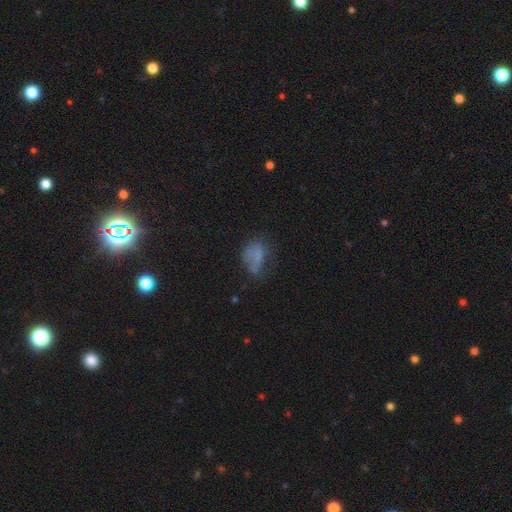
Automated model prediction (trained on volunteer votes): smooth_or_featured: smooth (p=0.60) [alt: featured or disk p=0.24]
how_rounded: in between (p=0.74) [alt: round p=0.23]
merging: none (p=0.37) [alt: major disturbance p=0.29]